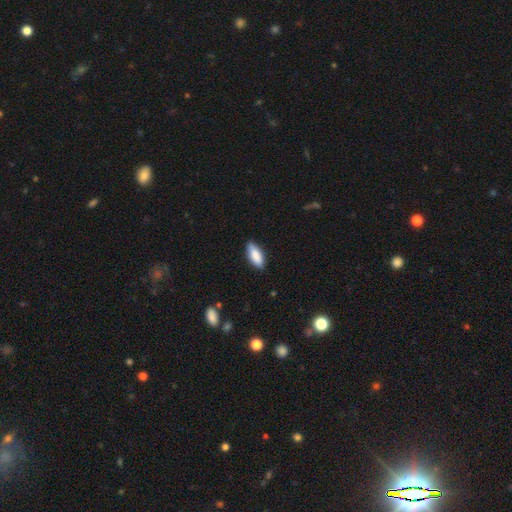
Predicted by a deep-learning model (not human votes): The model was most divided on "how rounded": in between: 78%, cigar-shaped: 20%, round: 2%. More confident: smooth or featured — smooth (85%); merging — none (85%).